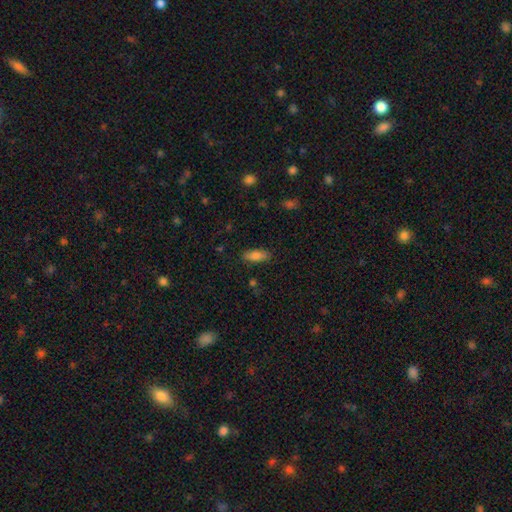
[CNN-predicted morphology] A smooth galaxy with no disk features (83%) that is in between round and cigar-shaped (77%). Merging: none (85%).